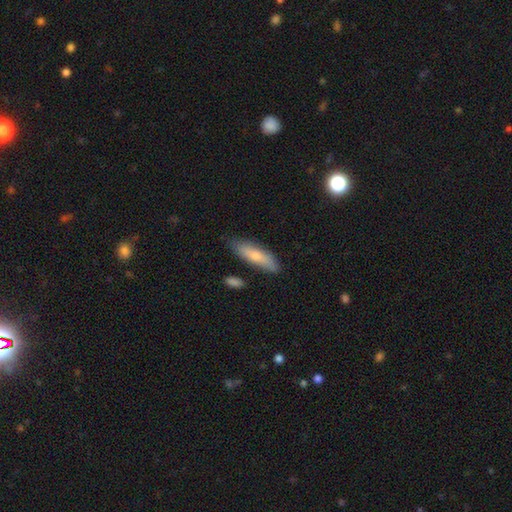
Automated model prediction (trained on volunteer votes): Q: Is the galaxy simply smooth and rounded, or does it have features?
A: smooth — 72%.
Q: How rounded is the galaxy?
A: cigar-shaped — 65%.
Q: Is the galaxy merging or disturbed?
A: none — 78%.